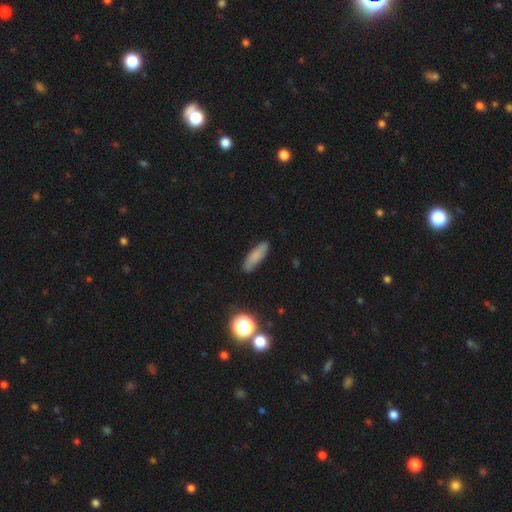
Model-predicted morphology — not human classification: The model was most divided on "how rounded": cigar-shaped: 58%, in between: 39%, round: 3%. More confident: merging — none (84%); smooth or featured — smooth (79%).